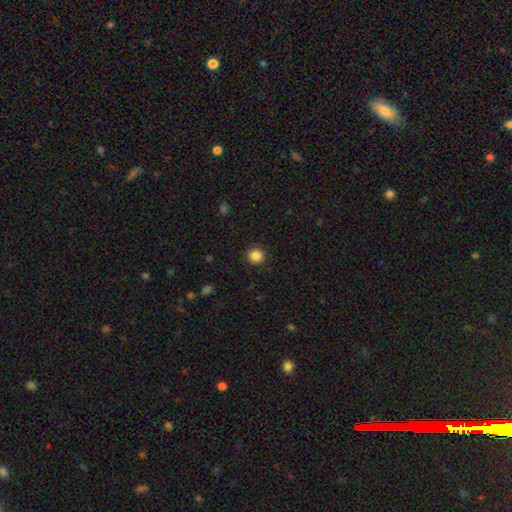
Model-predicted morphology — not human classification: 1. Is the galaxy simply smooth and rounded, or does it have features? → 86% smooth, 11% star or artifact, 3% featured or disk.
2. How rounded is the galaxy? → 90% round, 9% in between, 1% cigar-shaped.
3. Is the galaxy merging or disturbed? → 91% none, 6% minor disturbance, 2% major disturbance, 1% merger.